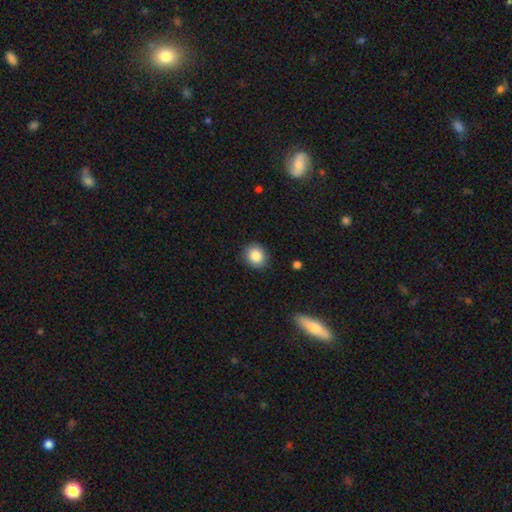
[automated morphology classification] Smooth or featured: smooth — 87% (star or artifact — 9%)
How rounded: round — 75% (in between — 24%)
Merging: none — 88% (minor disturbance — 9%)